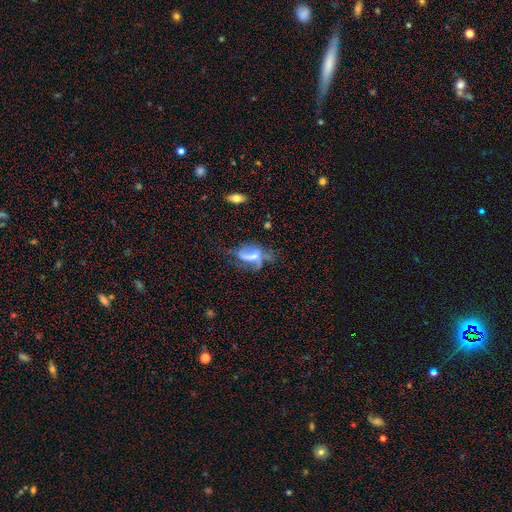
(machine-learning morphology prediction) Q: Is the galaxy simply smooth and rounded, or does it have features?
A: featured or disk — 62%.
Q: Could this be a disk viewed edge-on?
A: no — 88%.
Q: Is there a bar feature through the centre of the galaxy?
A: no — 46%.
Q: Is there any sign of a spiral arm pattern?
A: yes — 59%.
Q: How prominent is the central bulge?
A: moderate — 50%.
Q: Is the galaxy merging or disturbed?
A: major disturbance — 38%.